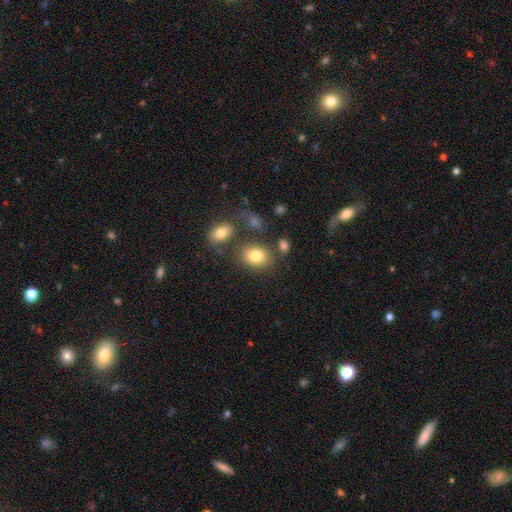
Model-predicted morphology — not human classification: This is clearly a smooth galaxy (81%). How rounded: likely in between (60%). Merging: likely none (71%).